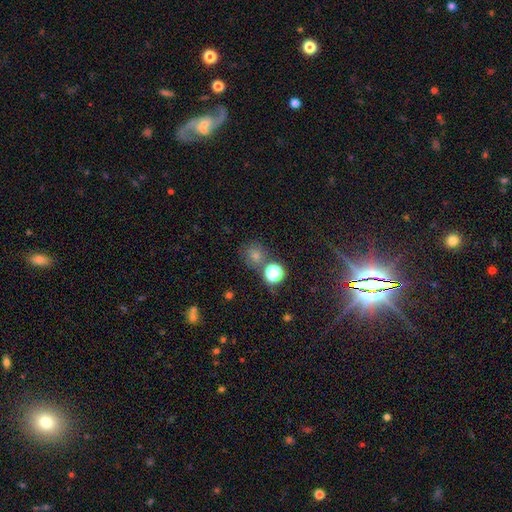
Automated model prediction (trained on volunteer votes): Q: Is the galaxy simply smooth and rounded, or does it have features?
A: star or artifact — 47%.